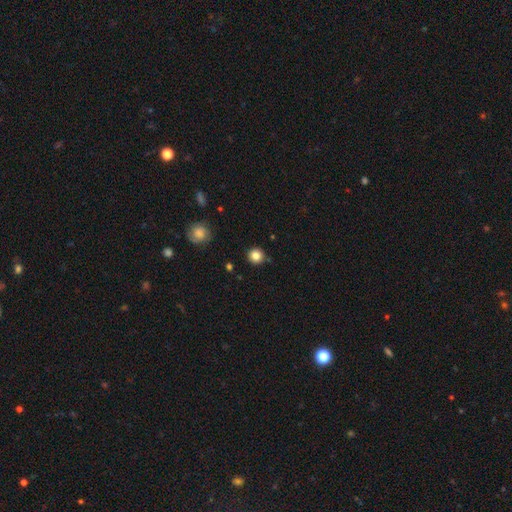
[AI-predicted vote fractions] This is clearly a smooth galaxy (84%). How rounded: clearly round (94%). Merging: clearly none (88%).